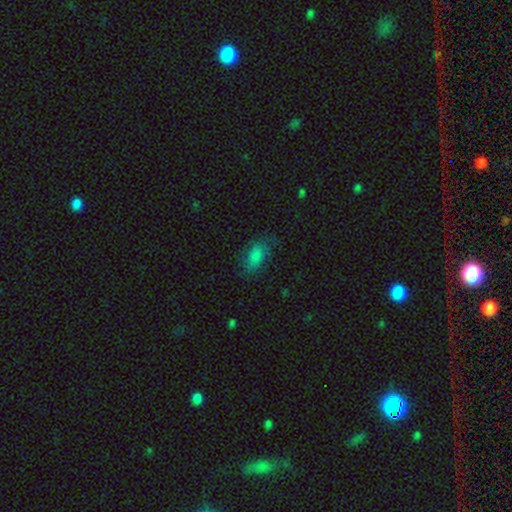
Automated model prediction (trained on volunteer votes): A smooth galaxy with no disk features (78%) that is in between round and cigar-shaped (89%).

Vote fractions:
- Smooth or featured? smooth: 78% / star or artifact: 11% / featured or disk: 11%
- How rounded? in between: 89% / round: 6% / cigar-shaped: 5%
- Merging? none: 72% / minor disturbance: 20% / major disturbance: 7% / merger: 1%